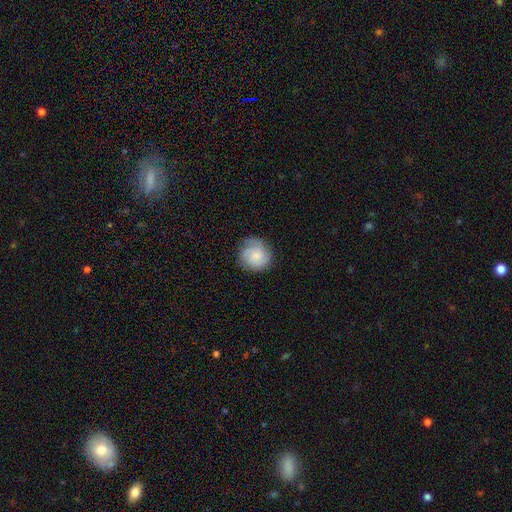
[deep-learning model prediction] This is possibly a featured or disk galaxy (48%). Merging: likely none (75%).